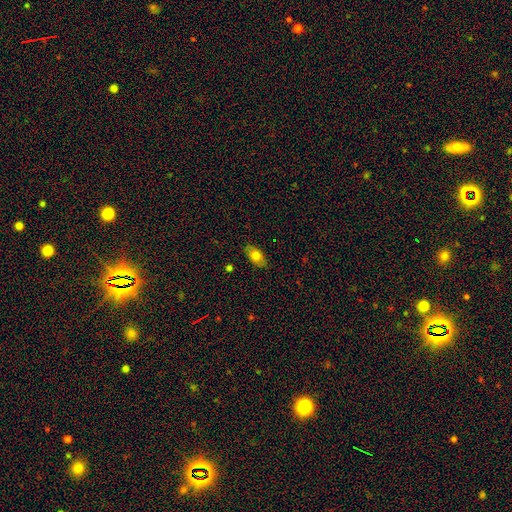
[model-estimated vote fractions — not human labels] Smooth or featured? Predicted: smooth (p=0.75). How rounded? Predicted: in between (p=0.90). Merging? Predicted: none (p=0.84).